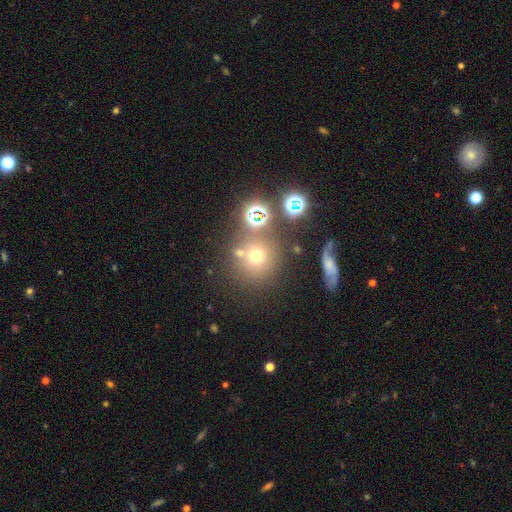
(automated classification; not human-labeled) The model was most divided on "smooth or featured": smooth: 61%, star or artifact: 26%, featured or disk: 12%. More confident: how rounded — round (92%); merging — none (69%).